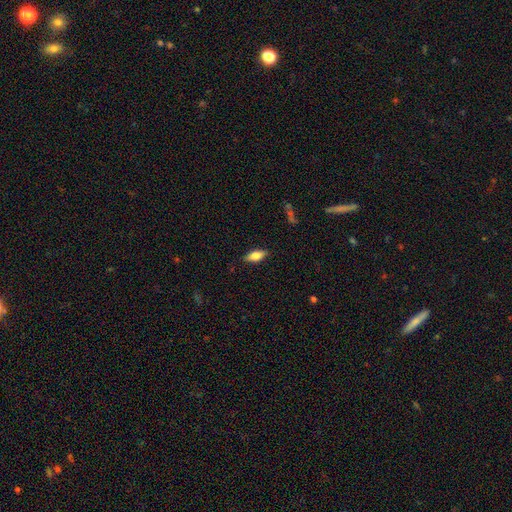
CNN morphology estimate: smooth-or-featured: smooth: 71% | featured or disk: 22% | star or artifact: 7%
  how-rounded: in between: 76% | cigar-shaped: 21% | round: 2%
  merging: none: 86% | minor disturbance: 10% | major disturbance: 2% | merger: 1%